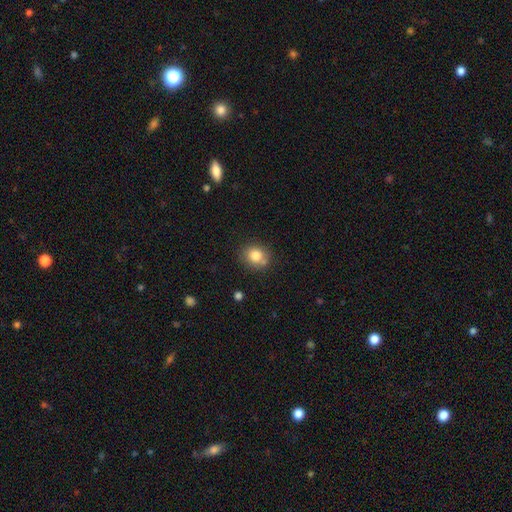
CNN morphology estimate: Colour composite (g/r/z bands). It shows a smooth galaxy with no disk features (81%) that is round (71%). Merging: none (73%).